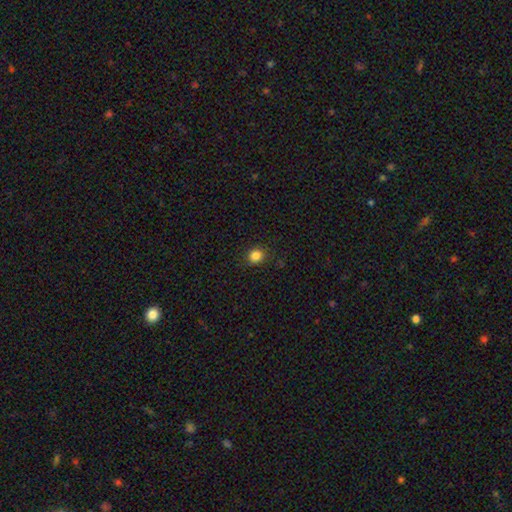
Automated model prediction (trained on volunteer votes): Morphology: type=smooth (84%); roundness=round (84%); merging=none (89%).